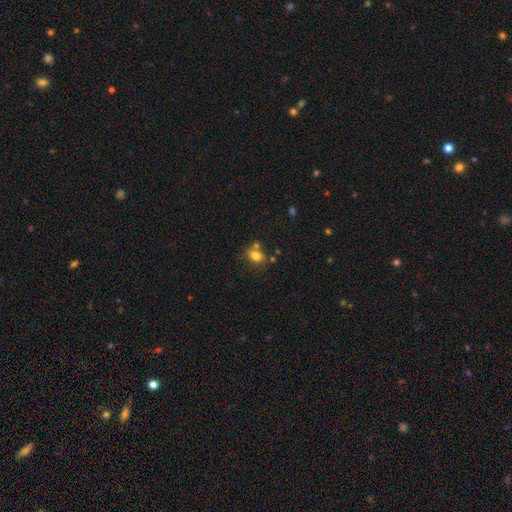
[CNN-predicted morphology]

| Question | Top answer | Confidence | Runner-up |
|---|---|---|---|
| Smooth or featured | smooth | 78% | star or artifact (12%) |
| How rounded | in between | 65% | round (33%) |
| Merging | none | 60% | merger (20%) |